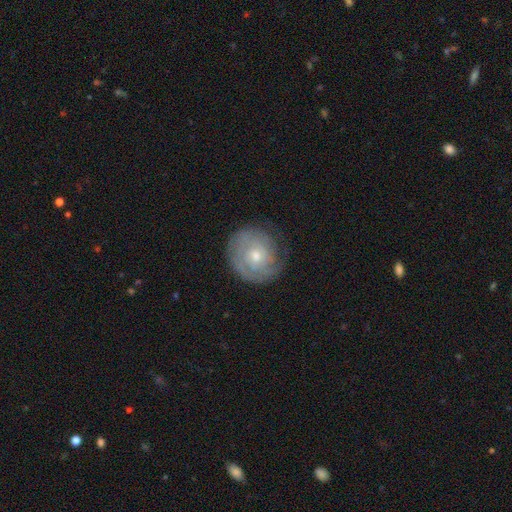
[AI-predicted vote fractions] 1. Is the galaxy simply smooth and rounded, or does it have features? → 68% featured or disk, 25% smooth, 7% star or artifact.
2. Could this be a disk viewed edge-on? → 97% no, 3% yes.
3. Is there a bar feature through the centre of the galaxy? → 79% no, 18% weak, 3% strong.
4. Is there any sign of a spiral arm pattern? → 87% yes, 13% no.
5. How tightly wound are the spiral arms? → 75% tight, 19% medium, 6% loose.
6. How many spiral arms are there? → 49% can't tell, 20% 2, 14% 3, 7% 1, 6% 4, 4% more than 4.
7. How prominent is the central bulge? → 49% moderate, 47% small, 2% large, 1% none, 1% dominant.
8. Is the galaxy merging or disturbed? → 77% none, 16% minor disturbance, 6% major disturbance, 1% merger.